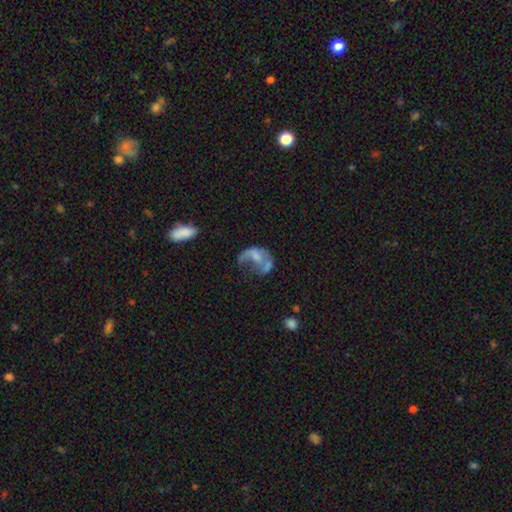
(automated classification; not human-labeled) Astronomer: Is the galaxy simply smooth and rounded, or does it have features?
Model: featured or disk — 52% (runner-up: smooth, 37%).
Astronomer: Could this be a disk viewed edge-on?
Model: no — 97%.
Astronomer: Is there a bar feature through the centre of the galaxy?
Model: no — 76%.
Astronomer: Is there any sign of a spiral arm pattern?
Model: no — 69%.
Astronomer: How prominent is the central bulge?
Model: none — 41% (runner-up: small, 31%).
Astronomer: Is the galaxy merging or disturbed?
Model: major disturbance — 49%.